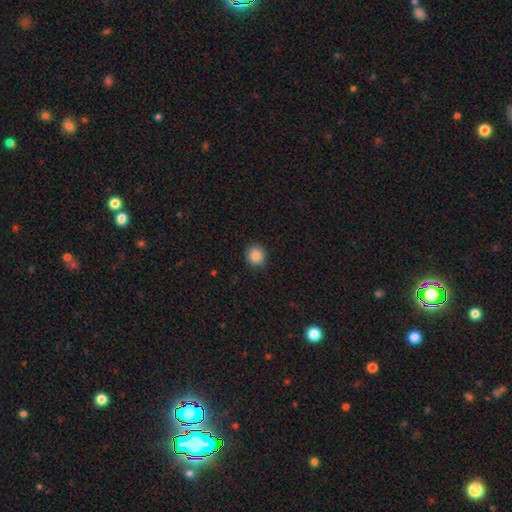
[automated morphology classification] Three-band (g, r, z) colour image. It shows a smooth galaxy with no disk features (87%) that is round (91%). Merging: none (90%).